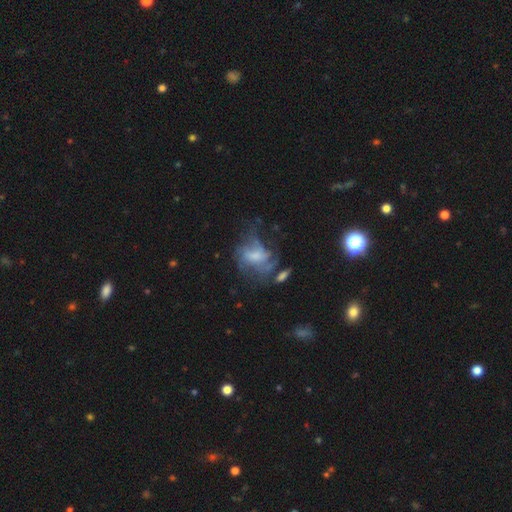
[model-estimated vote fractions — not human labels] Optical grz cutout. It shows a featured or disk galaxy (60%) with no bar (56%), spiral arms (59%) and a moderate central bulge (33%). Merging: major disturbance (36%).